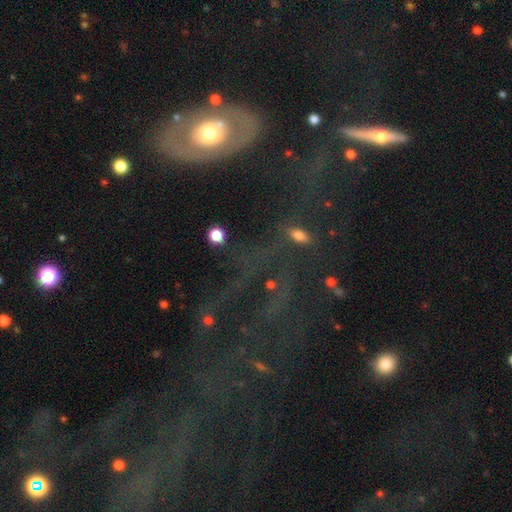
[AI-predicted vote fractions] Overall: featured or disk (48%; smooth 26%). Merging: none (67%).